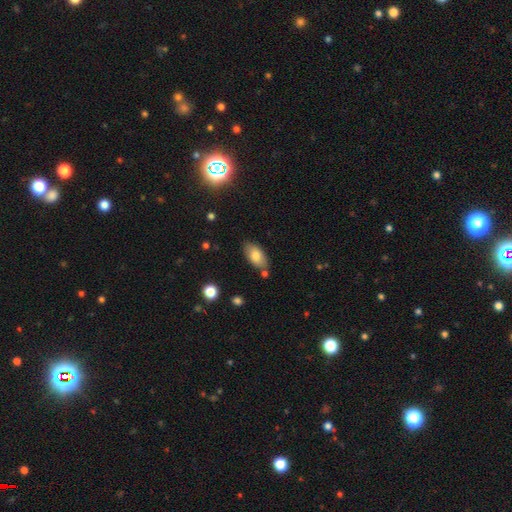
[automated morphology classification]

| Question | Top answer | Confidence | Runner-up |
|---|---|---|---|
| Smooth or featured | smooth | 79% | featured or disk (14%) |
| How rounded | in between | 93% | cigar-shaped (4%) |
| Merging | none | 77% | minor disturbance (14%) |